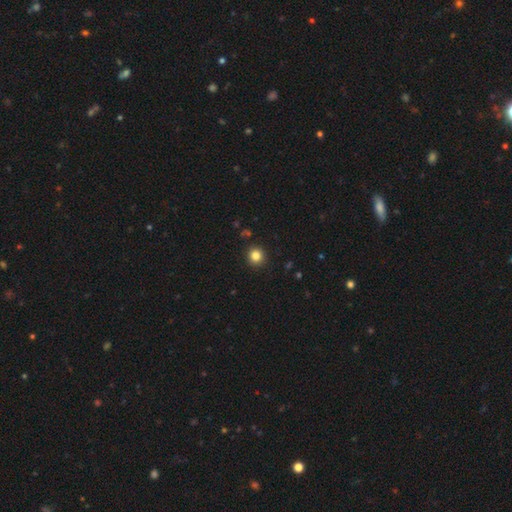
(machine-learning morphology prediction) The model was most divided on "smooth or featured": smooth: 83%, star or artifact: 12%, featured or disk: 5%. More confident: how rounded — round (93%); merging — none (92%).